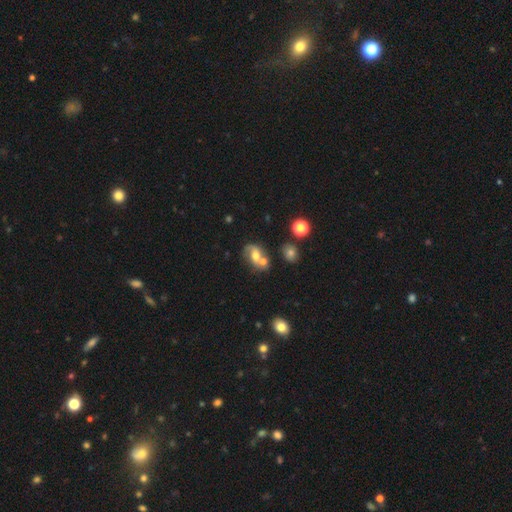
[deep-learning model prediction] Smooth or featured? Predicted: featured or disk (p=0.49). Merging? Predicted: merger (p=0.39).